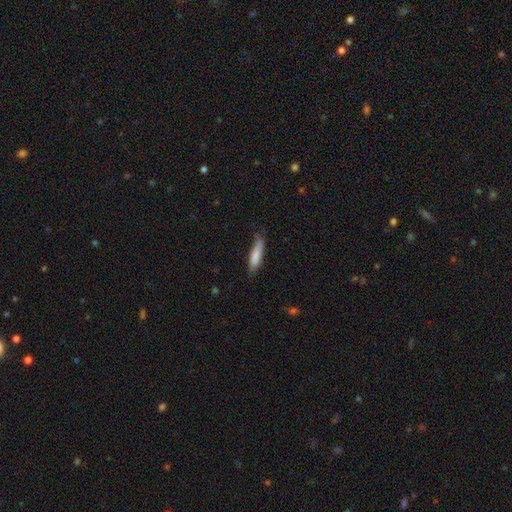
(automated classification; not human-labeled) Smooth or featured? smooth (80%)
How rounded? cigar-shaped (77%)
Merging? none (67%)